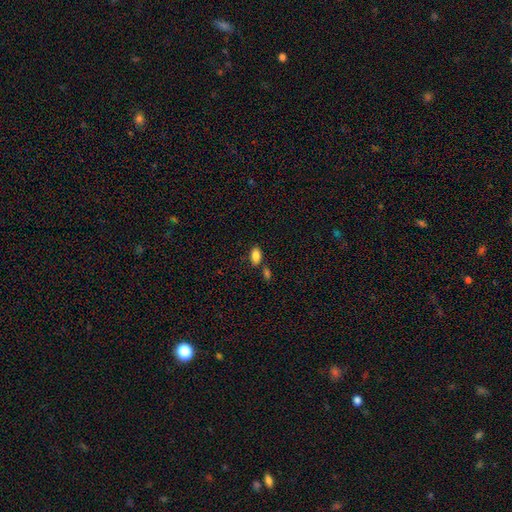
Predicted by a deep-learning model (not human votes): Q: Smooth or featured?
A: smooth (86%); runner-up: star or artifact (9%)
Q: How rounded?
A: in between (92%); runner-up: round (5%)
Q: Merging?
A: none (70%); runner-up: merger (14%)